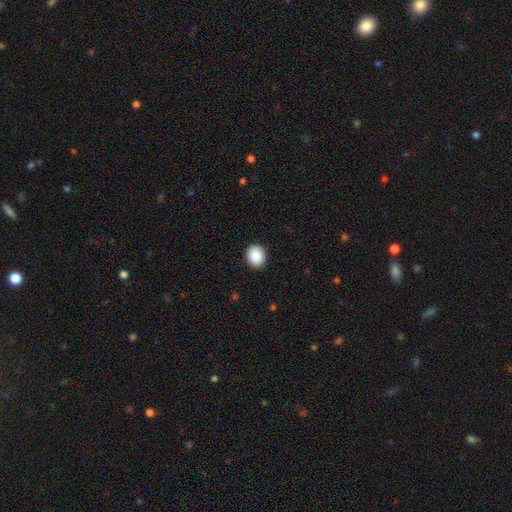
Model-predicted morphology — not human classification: smooth-or-featured: smooth: 88% | star or artifact: 8% | featured or disk: 4%
  how-rounded: round: 60% | in between: 39% | cigar-shaped: 1%
  merging: none: 91% | minor disturbance: 6% | major disturbance: 2% | merger: 1%